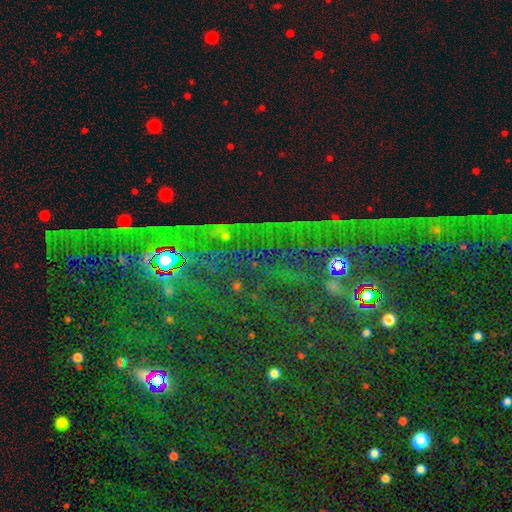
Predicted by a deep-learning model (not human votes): This appears to be a star or artifact, not a galaxy (83%).